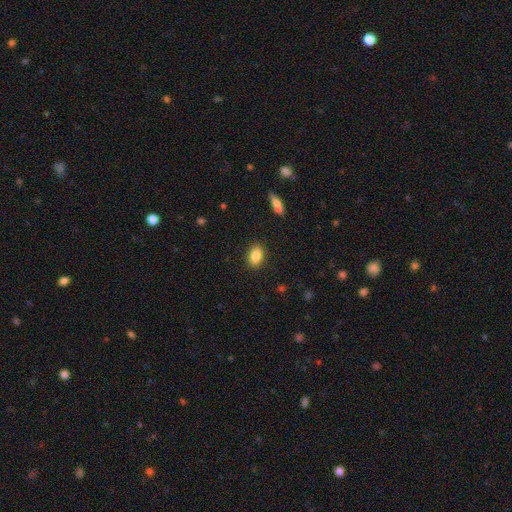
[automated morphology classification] smooth 87%, star or artifact 8%, featured or disk 5%. Down the decision tree: how rounded — in between (86%); merging — none (88%).